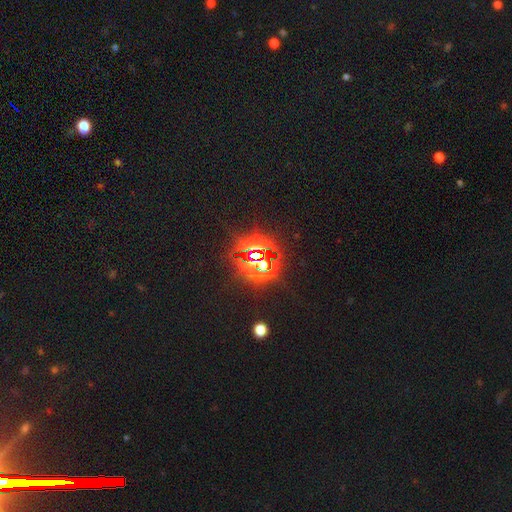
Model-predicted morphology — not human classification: Overall: star or artifact (82%).